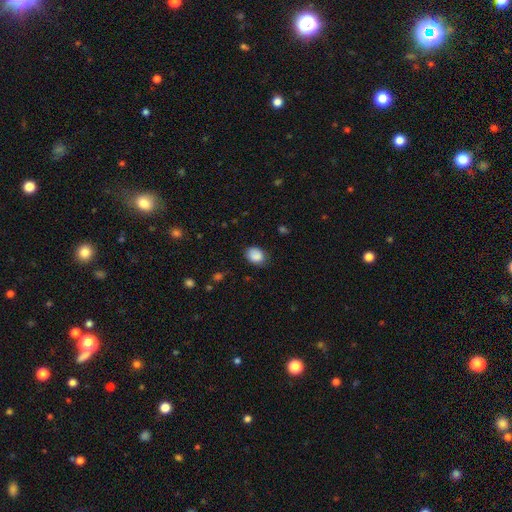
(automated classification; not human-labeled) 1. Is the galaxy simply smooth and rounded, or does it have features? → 87% smooth, 8% star or artifact, 4% featured or disk.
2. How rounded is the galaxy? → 60% in between, 39% round, 1% cigar-shaped.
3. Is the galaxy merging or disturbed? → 76% none, 19% minor disturbance, 4% major disturbance, 1% merger.